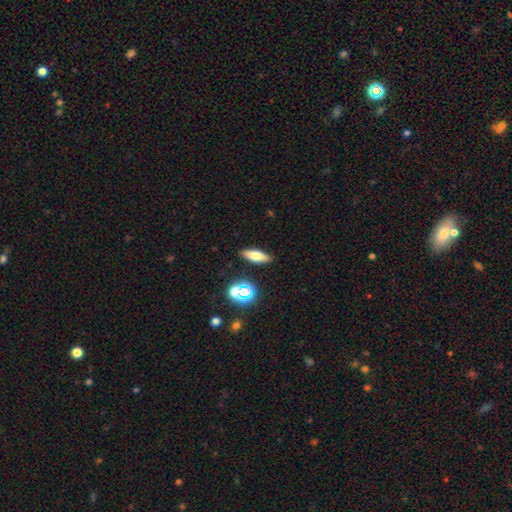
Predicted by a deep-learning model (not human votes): Smooth or featured? smooth (62%)
How rounded? in between (53%)
Merging? none (87%)